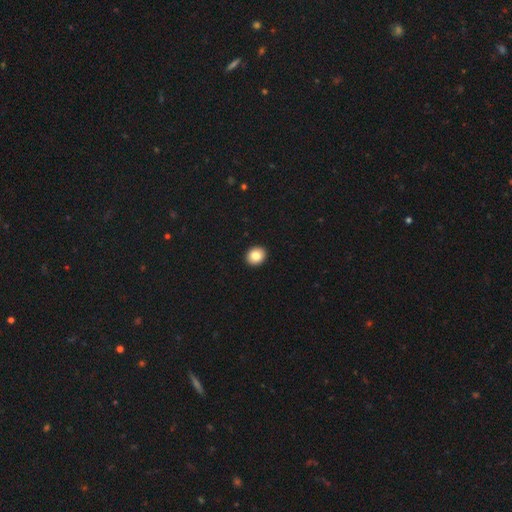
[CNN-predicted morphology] type=smooth (84%); roundness=round (75%); merging=none (93%).